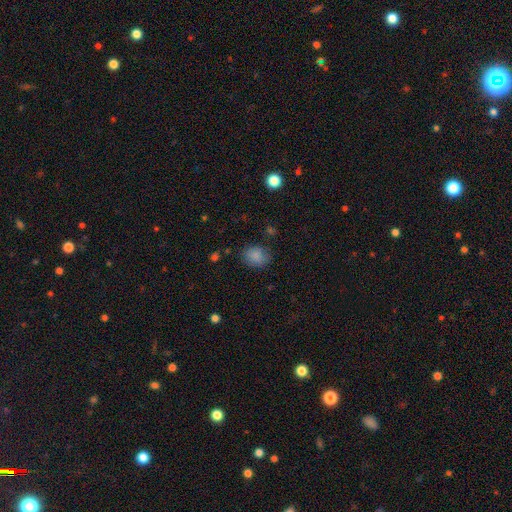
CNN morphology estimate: A smooth galaxy with no disk features (84%) that is in between round and cigar-shaped (51%).

Vote fractions:
- Smooth or featured? smooth: 84% / star or artifact: 11% / featured or disk: 5%
- How rounded? in between: 51% / round: 48% / cigar-shaped: 1%
- Merging? none: 78% / minor disturbance: 16% / major disturbance: 5% / merger: 2%